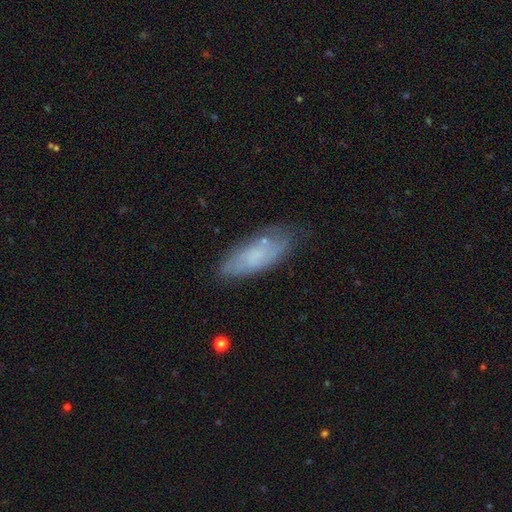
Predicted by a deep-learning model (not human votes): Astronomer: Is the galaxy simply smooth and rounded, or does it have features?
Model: smooth — 58% (runner-up: featured or disk, 34%).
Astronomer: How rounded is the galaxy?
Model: in between — 67%.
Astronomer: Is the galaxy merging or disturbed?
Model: none — 71%.